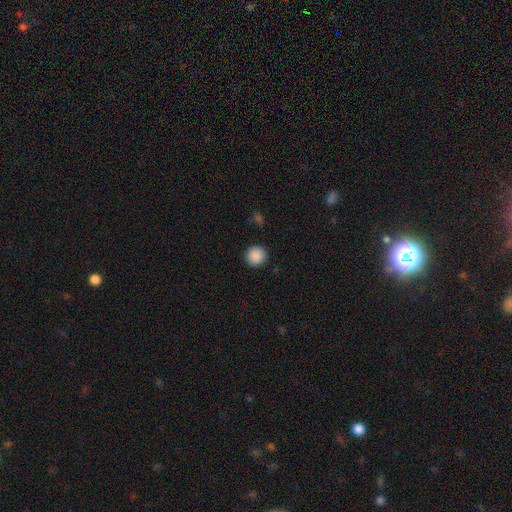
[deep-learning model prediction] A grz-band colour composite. It shows a smooth galaxy with no disk features (89%) that is round (94%). Merging: none (91%).